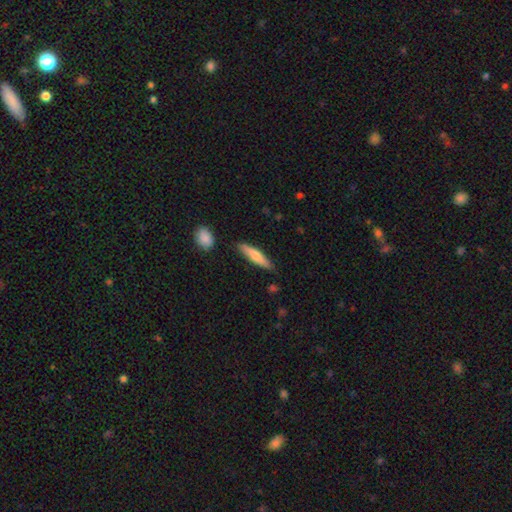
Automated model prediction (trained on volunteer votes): A smooth galaxy with no disk features (65%) that is cigar-shaped (82%). Merging: none (83%).